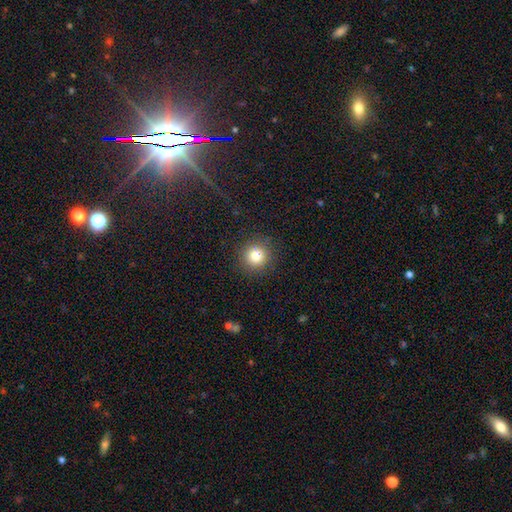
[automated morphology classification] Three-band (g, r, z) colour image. It shows a smooth galaxy with no disk features (81%) that is round (93%). Merging: none (89%).